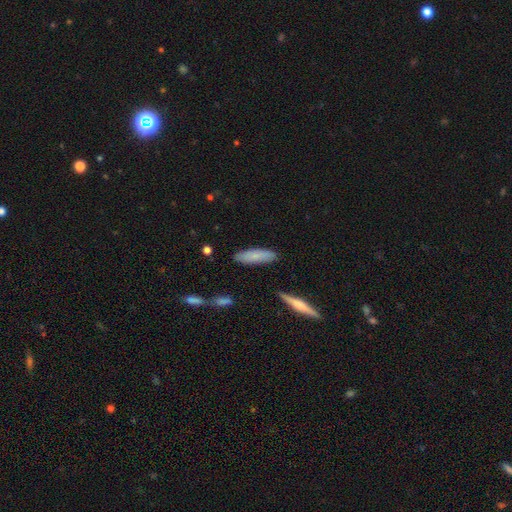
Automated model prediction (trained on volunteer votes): A smooth galaxy with no disk features (73%) that is cigar-shaped (57%).

Vote fractions:
- Smooth or featured? smooth: 73% / featured or disk: 20% / star or artifact: 7%
- How rounded? cigar-shaped: 57% / in between: 41% / round: 2%
- Merging? none: 84% / minor disturbance: 11% / merger: 2% / major disturbance: 2%